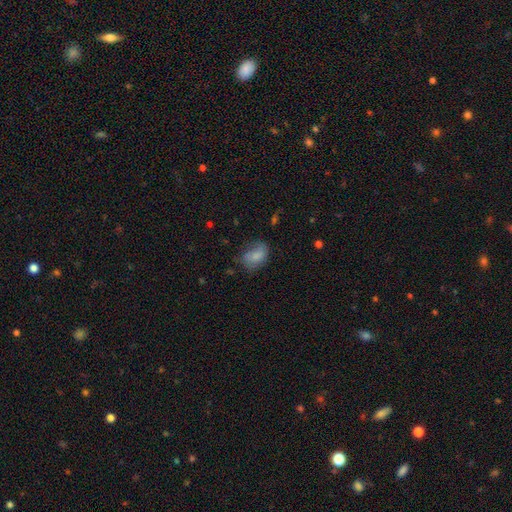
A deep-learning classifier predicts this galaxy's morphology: This appears to be a smooth galaxy with no disk features (76%) that is in between round and cigar-shaped (81%). Merging: none (54%).